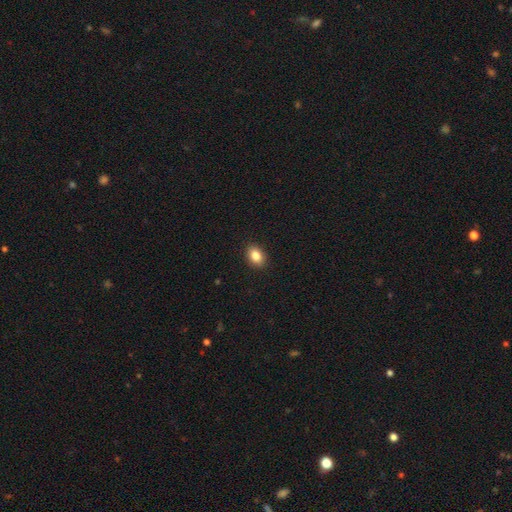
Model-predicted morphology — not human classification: Q: Smooth or featured?
A: smooth (85%); runner-up: star or artifact (9%)
Q: How rounded?
A: in between (78%); runner-up: round (21%)
Q: Merging?
A: none (90%); runner-up: minor disturbance (7%)